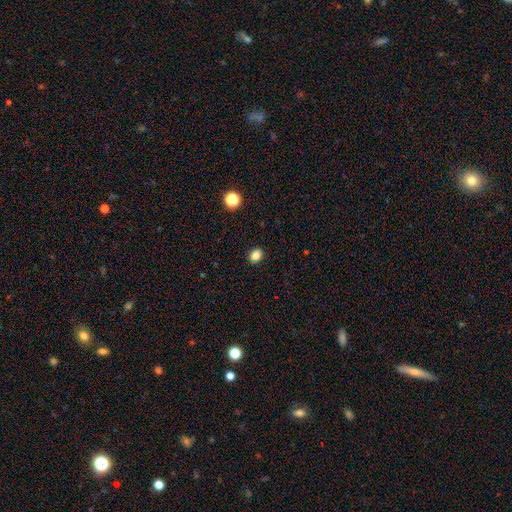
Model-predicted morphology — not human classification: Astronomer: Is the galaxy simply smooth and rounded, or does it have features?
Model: smooth — 83%.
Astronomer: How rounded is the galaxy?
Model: in between — 54% (runner-up: round, 45%).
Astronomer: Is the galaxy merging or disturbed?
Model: none — 90%.